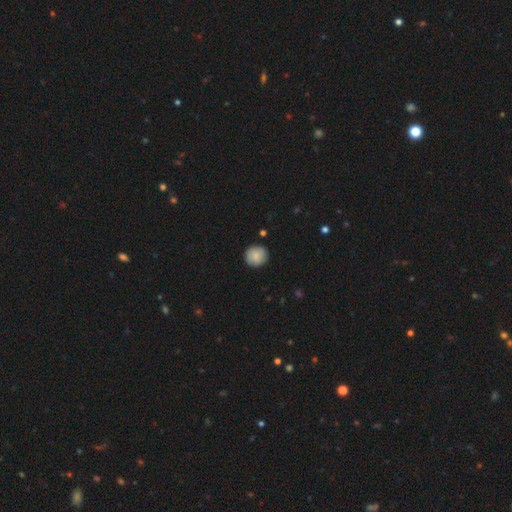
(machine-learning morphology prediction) type=smooth (82%); roundness=round (91%); merging=none (88%).